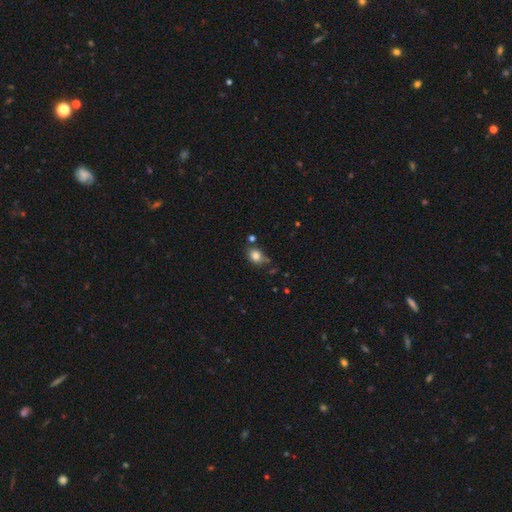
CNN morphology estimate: Q: Smooth or featured?
A: smooth (81%); runner-up: star or artifact (11%)
Q: How rounded?
A: in between (55%); runner-up: round (44%)
Q: Merging?
A: none (62%); runner-up: minor disturbance (23%)